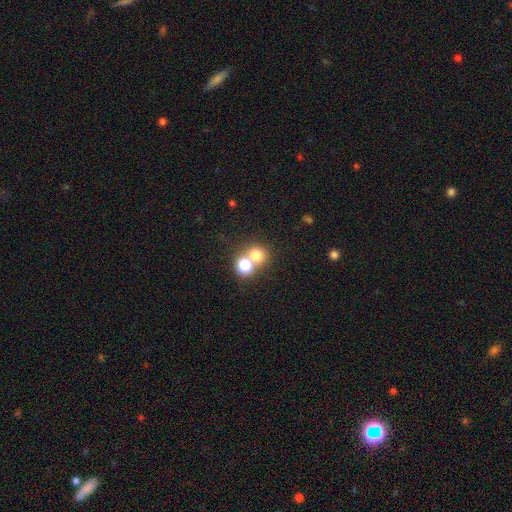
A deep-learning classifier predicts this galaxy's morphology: Smooth or featured: smooth — 73% (star or artifact — 17%)
How rounded: round — 83% (in between — 16%)
Merging: none — 48% (merger — 43%)